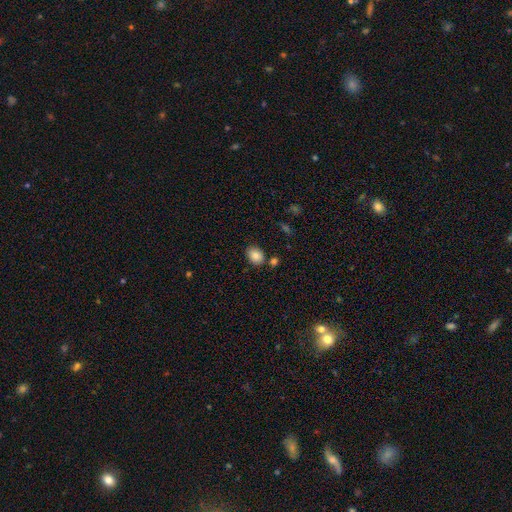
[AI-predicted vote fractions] This appears to be a smooth galaxy with no disk features (86%) that is in between round and cigar-shaped (63%). Merging: none (78%).